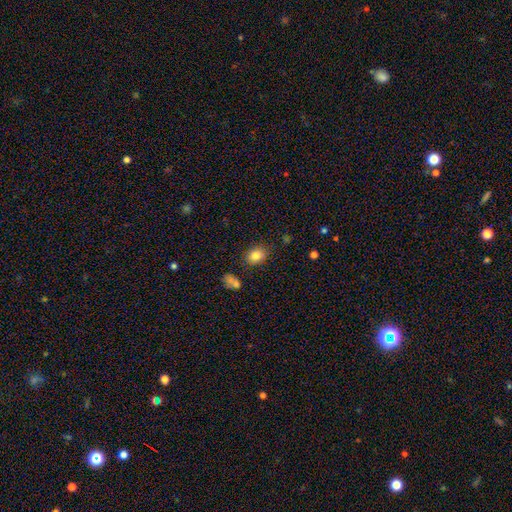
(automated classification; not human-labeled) A smooth galaxy with no disk features (81%) that is in between round and cigar-shaped (56%). Merging: none (82%).